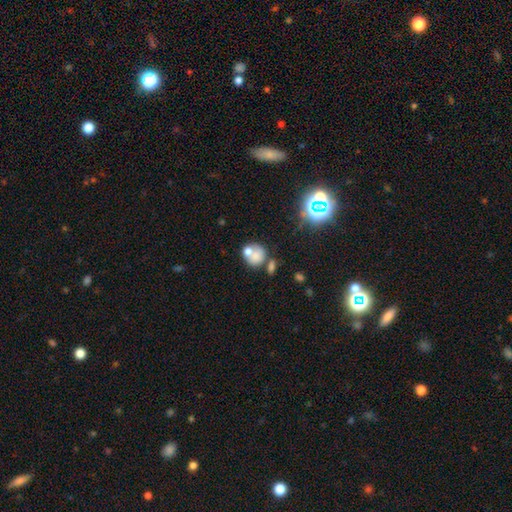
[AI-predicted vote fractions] smooth 64%, featured or disk 23%, star or artifact 13%. Down the decision tree: how rounded — round (73%); merging — merger (45%).